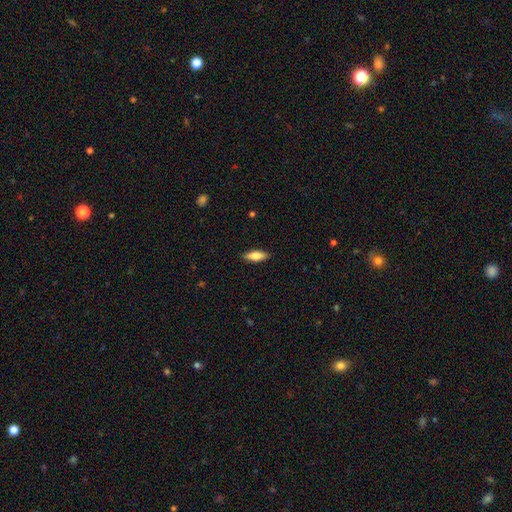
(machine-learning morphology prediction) This is likely a smooth galaxy (73%). How rounded: likely in between (60%). Merging: clearly none (89%).